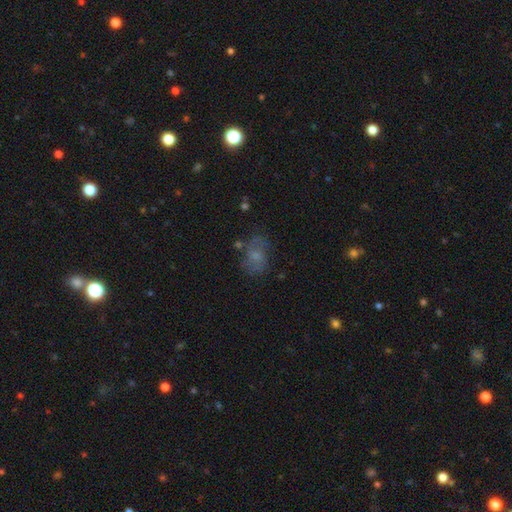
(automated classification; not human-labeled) A smooth galaxy with no disk features (49%).

Vote fractions:
- Smooth or featured? smooth: 49% / featured or disk: 35% / star or artifact: 16%
- Merging? none: 56% / minor disturbance: 22% / major disturbance: 16% / merger: 5%